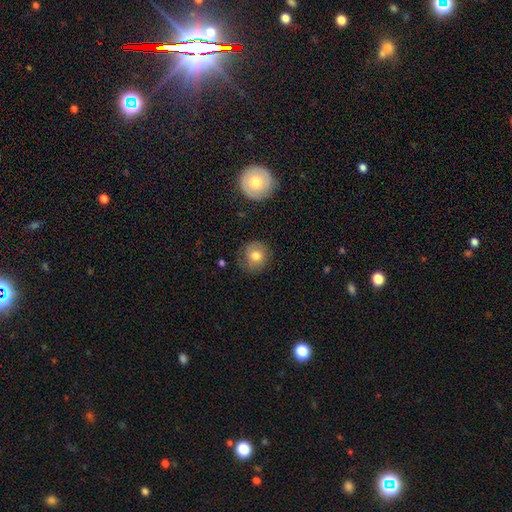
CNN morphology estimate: smooth_or_featured: smooth (p=0.68) [alt: featured or disk p=0.23]
how_rounded: round (p=0.88) [alt: in between p=0.11]
merging: none (p=0.75) [alt: minor disturbance p=0.17]